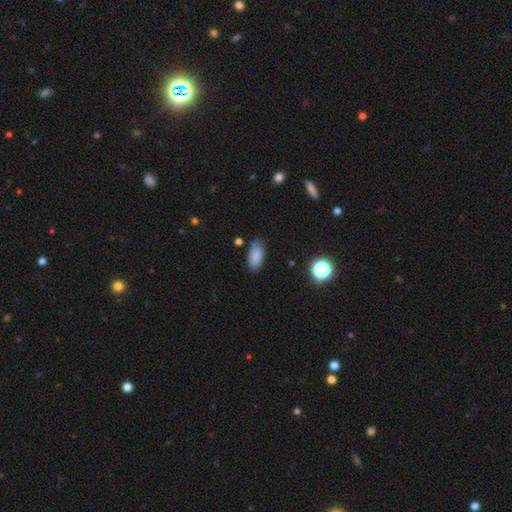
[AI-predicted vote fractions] Overall: smooth (85%). How rounded: in between (90%). Merging: none (75%).